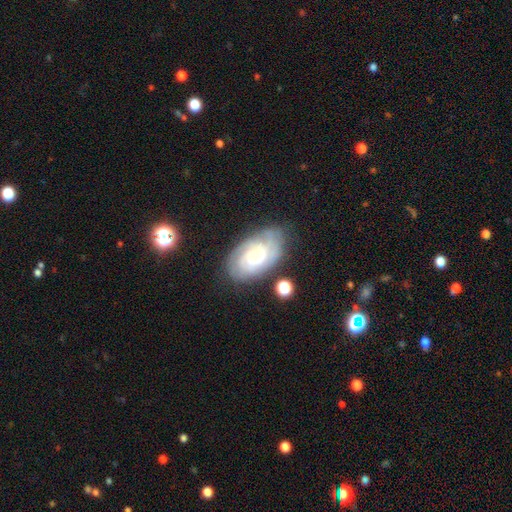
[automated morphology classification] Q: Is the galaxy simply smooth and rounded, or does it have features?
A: featured or disk — 76%.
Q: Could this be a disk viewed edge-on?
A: no — 96%.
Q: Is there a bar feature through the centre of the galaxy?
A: no — 68%.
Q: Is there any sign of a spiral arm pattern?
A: yes — 93%.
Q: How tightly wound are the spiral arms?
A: tight — 69%.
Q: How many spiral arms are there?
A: can't tell — 41%.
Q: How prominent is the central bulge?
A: moderate — 47%.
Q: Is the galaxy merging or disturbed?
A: none — 73%.